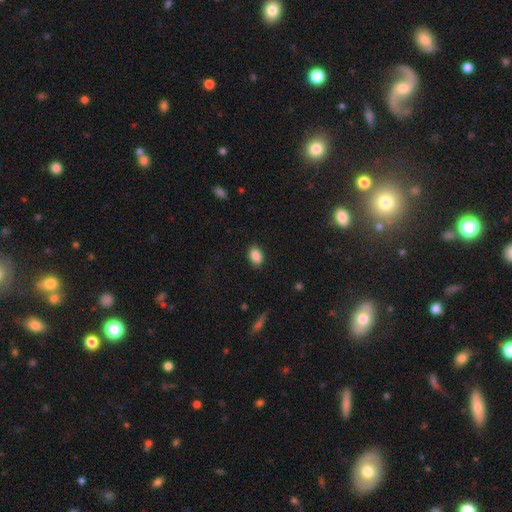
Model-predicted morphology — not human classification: Smooth or featured: smooth — 88% (star or artifact — 8%)
How rounded: in between — 82% (round — 16%)
Merging: none — 87% (minor disturbance — 9%)